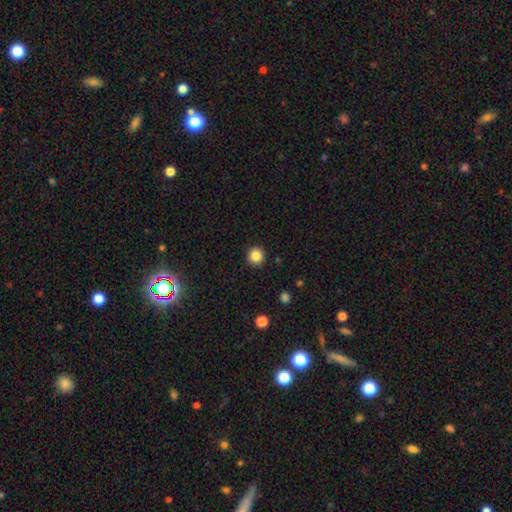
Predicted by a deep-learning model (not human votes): Q: Smooth or featured?
A: smooth (85%); runner-up: star or artifact (11%)
Q: How rounded?
A: round (93%); runner-up: in between (6%)
Q: Merging?
A: none (92%); runner-up: minor disturbance (5%)